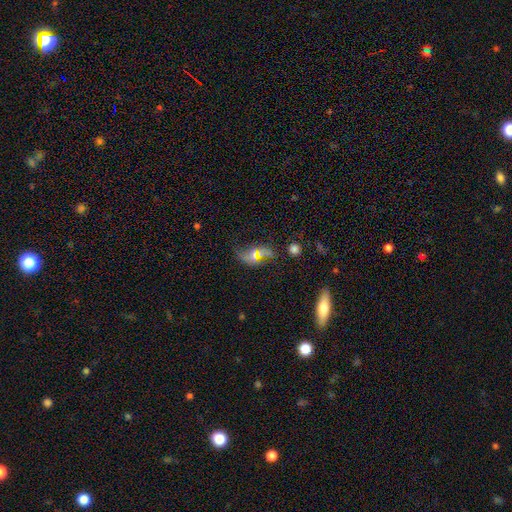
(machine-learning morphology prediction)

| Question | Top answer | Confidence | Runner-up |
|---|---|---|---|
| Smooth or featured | featured or disk | 64% | smooth (21%) |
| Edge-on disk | no | 79% | yes (21%) |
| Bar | no | 63% | weak (27%) |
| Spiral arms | yes | 75% | no (25%) |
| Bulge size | moderate | 46% | small (39%) |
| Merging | none | 49% | minor disturbance (21%) |